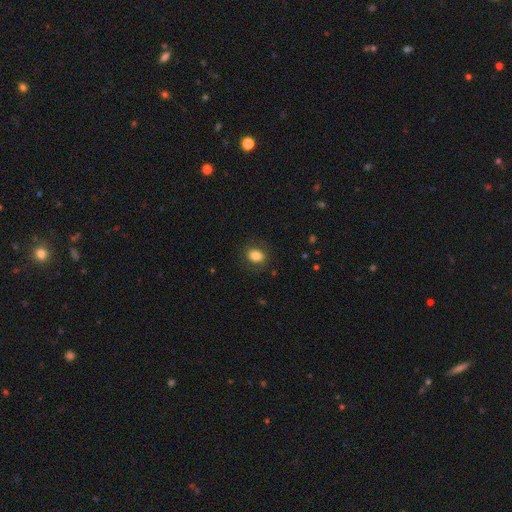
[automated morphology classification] type=smooth (83%); roundness=in between (55%); merging=none (84%).